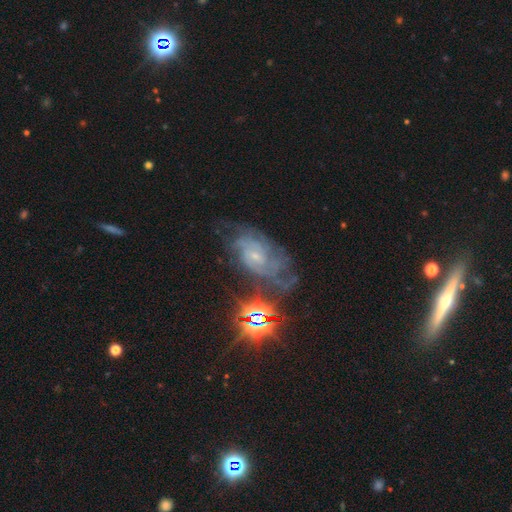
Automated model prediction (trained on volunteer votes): smooth_or_featured: featured or disk (p=0.71) [alt: star or artifact p=0.19]
disk_edge_on: no (p=0.95) [alt: yes p=0.05]
bar: no (p=0.62) [alt: weak p=0.31]
has_spiral_arms: yes (p=0.92) [alt: no p=0.08]
spiral_winding: tight (p=0.56) [alt: medium p=0.34]
spiral_arm_count: can't tell (p=0.44) [alt: 2 p=0.21]
bulge_size: small (p=0.76) [alt: moderate p=0.16]
merging: none (p=0.58) [alt: minor disturbance p=0.23]